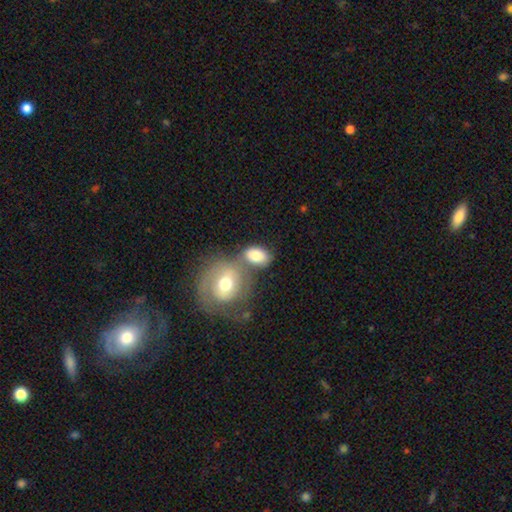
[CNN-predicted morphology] This appears to be a smooth galaxy with no disk features (75%) that is in between round and cigar-shaped (73%). Merging: merger (40%, tied with none).